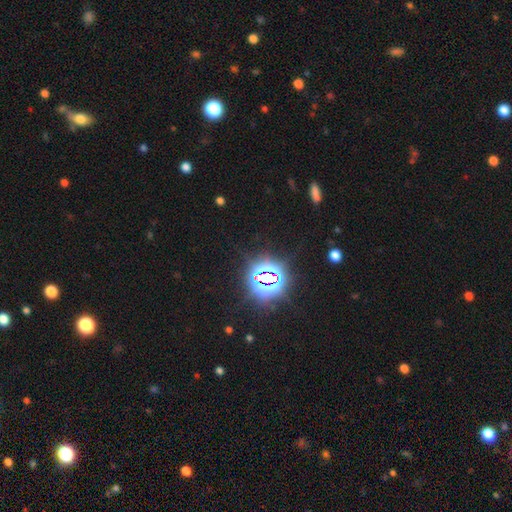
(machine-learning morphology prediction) smooth_or_featured: star or artifact (p=0.80) [alt: smooth p=0.12]